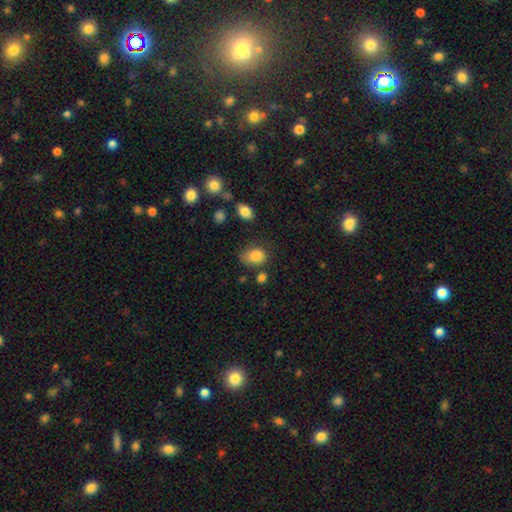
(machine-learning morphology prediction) The model was most divided on "merging": none: 52%, minor disturbance: 31%, major disturbance: 12%, merger: 6%. More confident: smooth or featured — smooth (84%); how rounded — in between (74%).